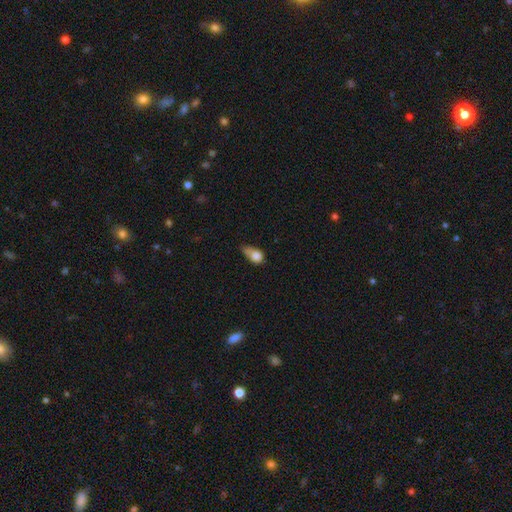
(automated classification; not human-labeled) smooth 77%, featured or disk 13%, star or artifact 10%. Down the decision tree: how rounded — in between (56%); merging — minor disturbance (35%).